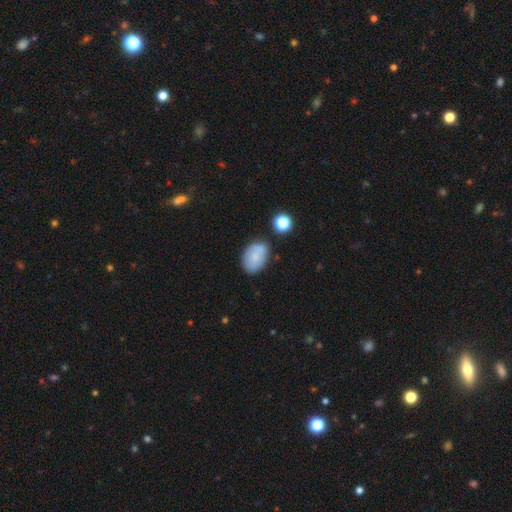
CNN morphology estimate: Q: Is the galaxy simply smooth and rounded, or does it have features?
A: smooth — 75%.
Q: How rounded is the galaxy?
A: in between — 82%.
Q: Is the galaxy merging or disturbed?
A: none — 62%.